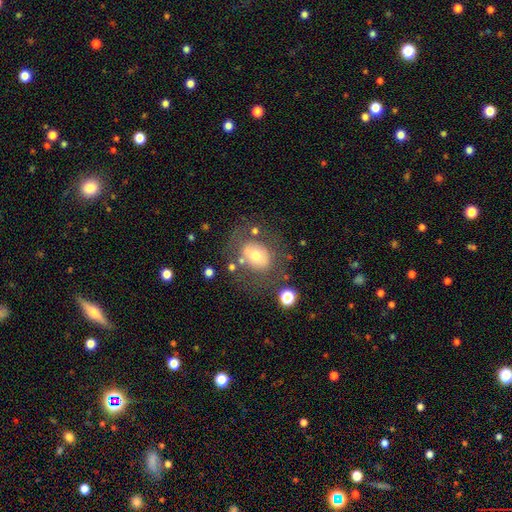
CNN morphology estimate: Smooth or featured? smooth (48%)
Merging? none (60%)